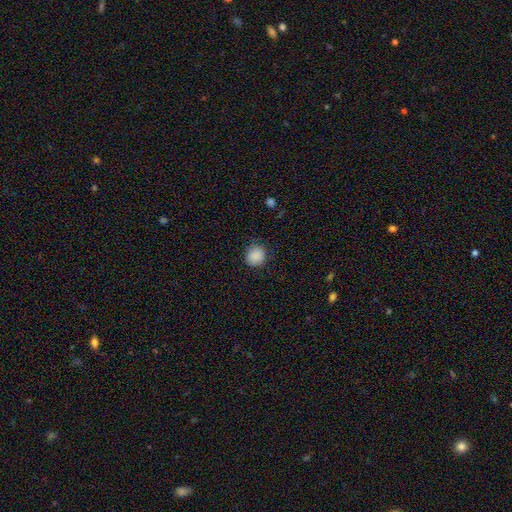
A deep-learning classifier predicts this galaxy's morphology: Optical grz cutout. It shows a smooth galaxy with no disk features (88%) that is round (83%). Merging: none (84%).